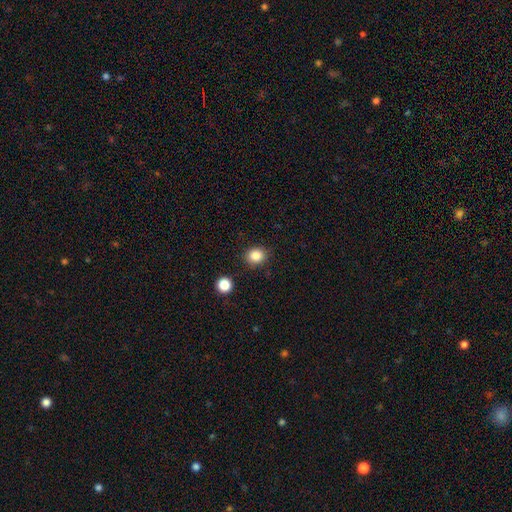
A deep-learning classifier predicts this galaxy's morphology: type=smooth (86%); roundness=round (77%); merging=none (87%).